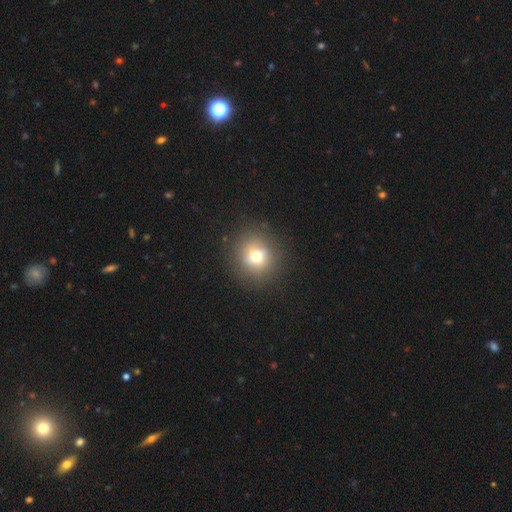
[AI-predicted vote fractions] Smooth or featured?
  - smooth: 66% *
  - featured or disk: 19%
  - star or artifact: 15%
How rounded?
  - round: 87% *
  - in between: 11%
  - cigar-shaped: 1%
Merging?
  - none: 83% *
  - minor disturbance: 11%
  - major disturbance: 5%
  - merger: 1%